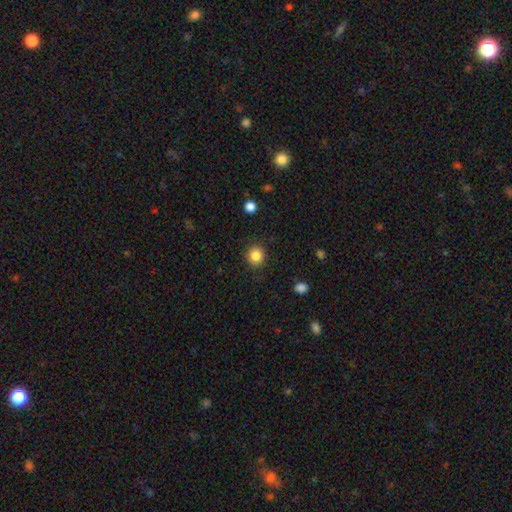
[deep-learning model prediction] A smooth galaxy with no disk features (86%) that is round (86%).

Vote fractions:
- Smooth or featured? smooth: 86% / star or artifact: 10% / featured or disk: 4%
- How rounded? round: 86% / in between: 13% / cigar-shaped: 1%
- Merging? none: 88% / minor disturbance: 7% / major disturbance: 3% / merger: 1%